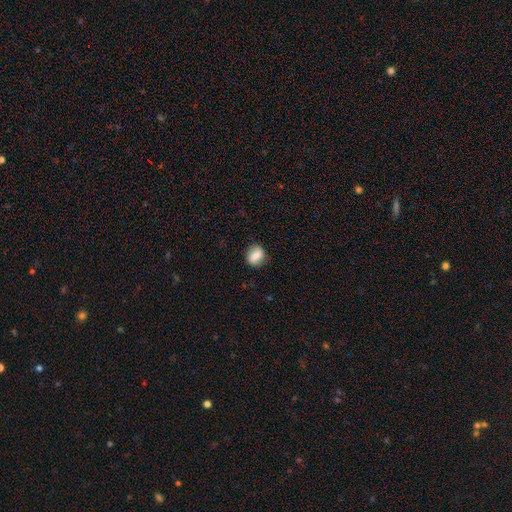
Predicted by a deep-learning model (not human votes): smooth_or_featured: smooth (p=0.67) [alt: featured or disk p=0.24]
how_rounded: round (p=0.61) [alt: in between p=0.37]
merging: none (p=0.80) [alt: minor disturbance p=0.14]